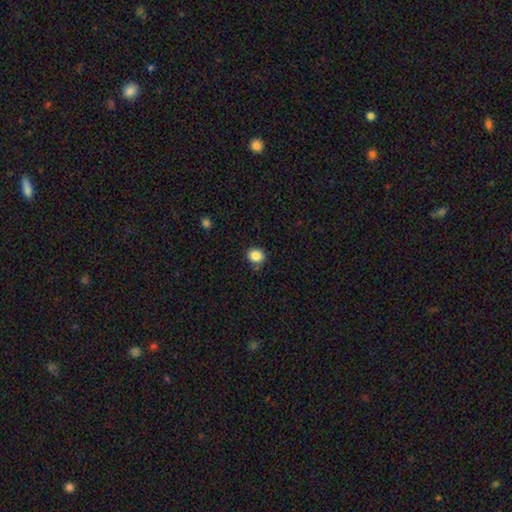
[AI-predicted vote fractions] A smooth galaxy with no disk features (86%) that is round (79%).

Vote fractions:
- Smooth or featured? smooth: 86% / star or artifact: 10% / featured or disk: 4%
- How rounded? round: 79% / in between: 20% / cigar-shaped: 1%
- Merging? none: 82% / minor disturbance: 13% / major disturbance: 3% / merger: 2%